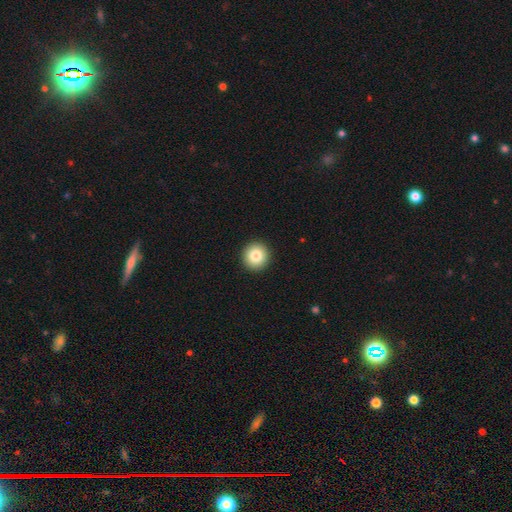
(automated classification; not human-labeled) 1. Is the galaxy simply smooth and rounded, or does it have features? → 84% smooth, 9% star or artifact, 7% featured or disk.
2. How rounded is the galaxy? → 95% round, 4% in between, 1% cigar-shaped.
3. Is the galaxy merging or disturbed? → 94% none, 4% minor disturbance, 1% major disturbance, 1% merger.